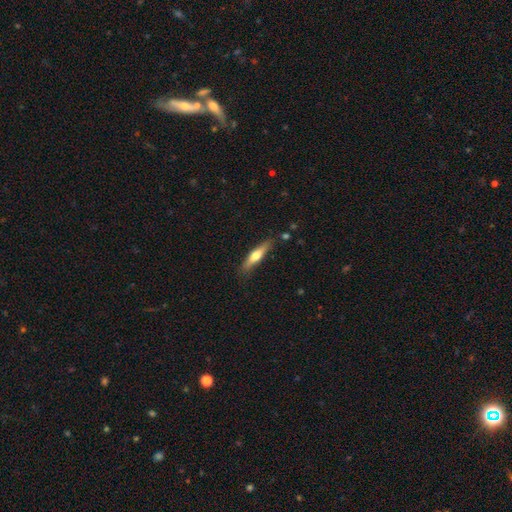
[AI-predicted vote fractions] The model was most divided on "smooth or featured": smooth: 54%, featured or disk: 41%, star or artifact: 6%. More confident: merging — none (80%); how rounded — cigar-shaped (79%).